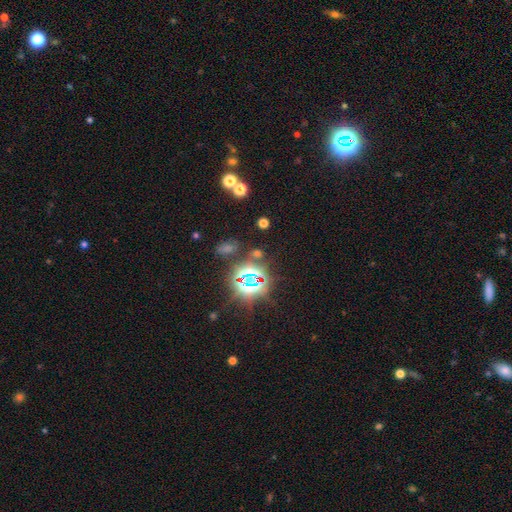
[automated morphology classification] This is likely a star or artifact rather than a galaxy (77%).